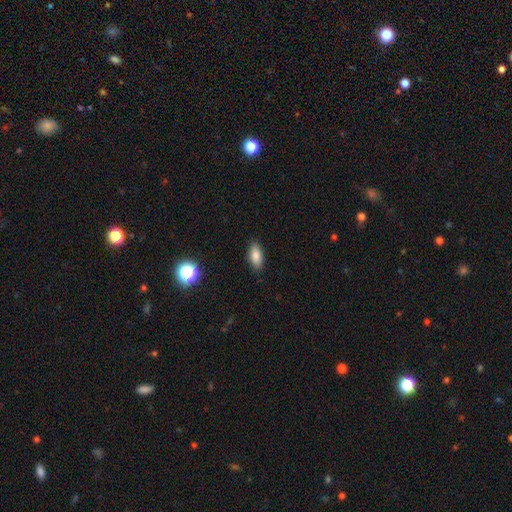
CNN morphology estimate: type=smooth (83%); roundness=in between (86%); merging=none (89%).